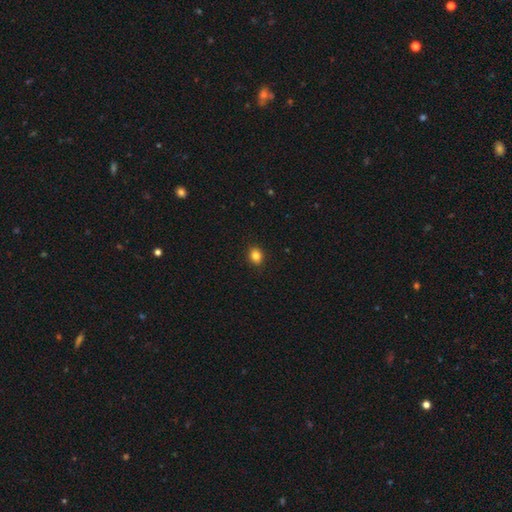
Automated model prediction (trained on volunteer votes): Smooth or featured: smooth — 85% (star or artifact — 11%)
How rounded: round — 53% (in between — 46%)
Merging: none — 90% (minor disturbance — 7%)